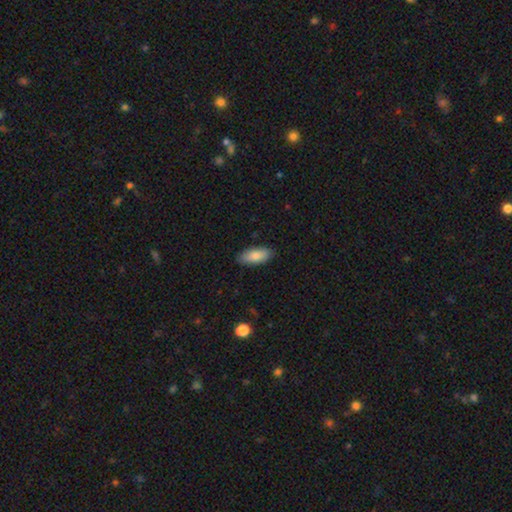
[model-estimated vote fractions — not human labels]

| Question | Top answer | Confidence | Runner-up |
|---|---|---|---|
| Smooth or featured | smooth | 83% | featured or disk (11%) |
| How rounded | in between | 85% | cigar-shaped (13%) |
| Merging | none | 87% | minor disturbance (10%) |